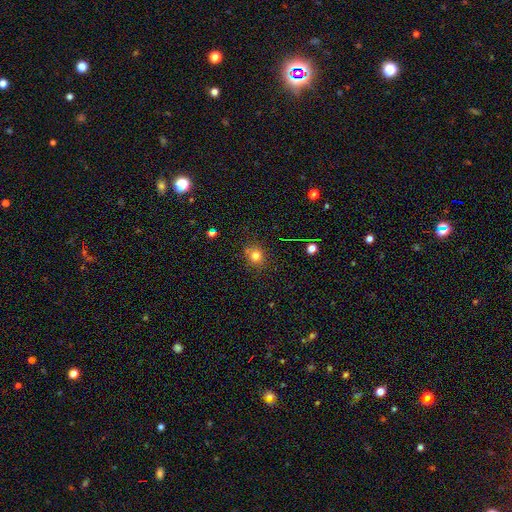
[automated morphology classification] smooth_or_featured: smooth (p=0.75) [alt: star or artifact p=0.17]
how_rounded: round (p=0.82) [alt: in between p=0.17]
merging: none (p=0.75) [alt: minor disturbance p=0.13]